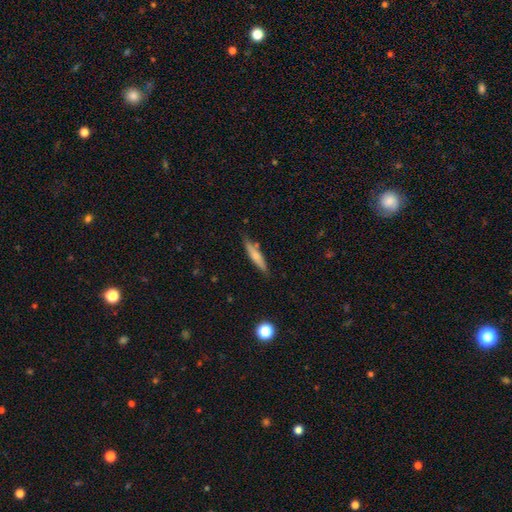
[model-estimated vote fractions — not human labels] This appears to be a smooth galaxy with no disk features (60%) that is cigar-shaped (85%). Merging: none (80%).